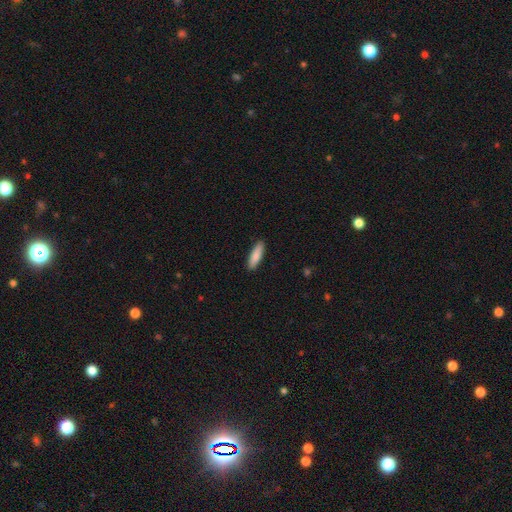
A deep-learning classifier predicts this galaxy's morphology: Q: Smooth or featured?
A: smooth (87%); runner-up: featured or disk (8%)
Q: How rounded?
A: cigar-shaped (61%); runner-up: in between (38%)
Q: Merging?
A: none (90%); runner-up: minor disturbance (7%)